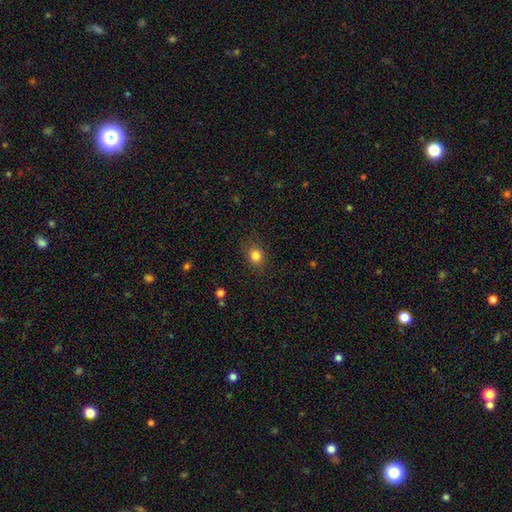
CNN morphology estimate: Smooth or featured: smooth — 83% (star or artifact — 12%)
How rounded: round — 64% (in between — 35%)
Merging: none — 84% (minor disturbance — 11%)